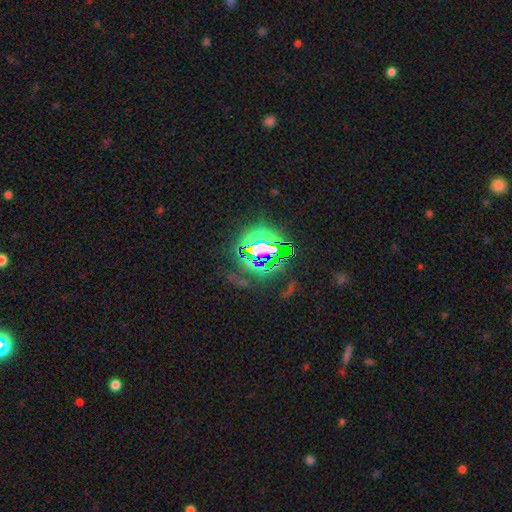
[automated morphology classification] This appears to be a star or artifact, not a galaxy (76%).